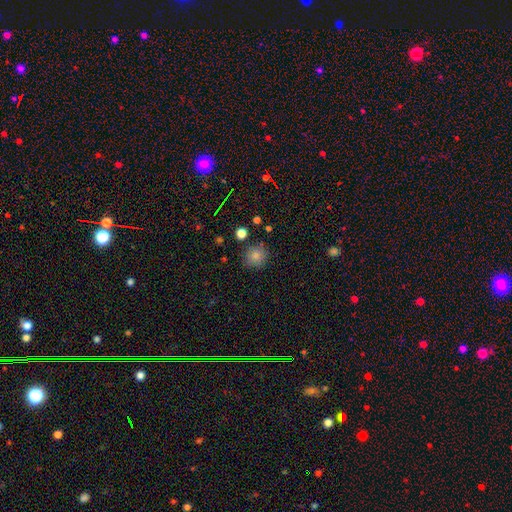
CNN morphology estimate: smooth_or_featured: smooth (p=0.82) [alt: star or artifact p=0.12]
how_rounded: round (p=0.89) [alt: in between p=0.10]
merging: none (p=0.82) [alt: minor disturbance p=0.12]